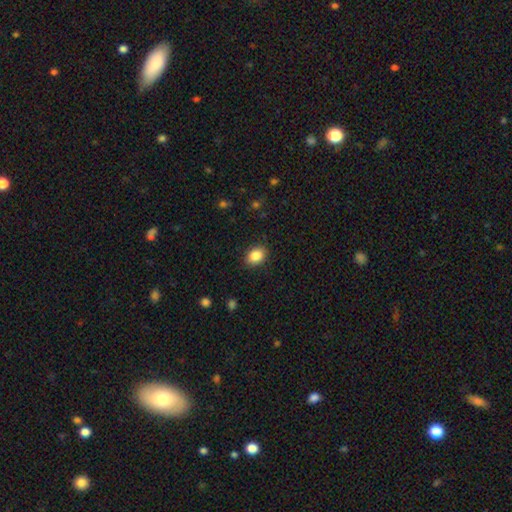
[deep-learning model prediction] Smooth or featured? Predicted: smooth (p=0.87). How rounded? Predicted: in between (p=0.68). Merging? Predicted: none (p=0.87).